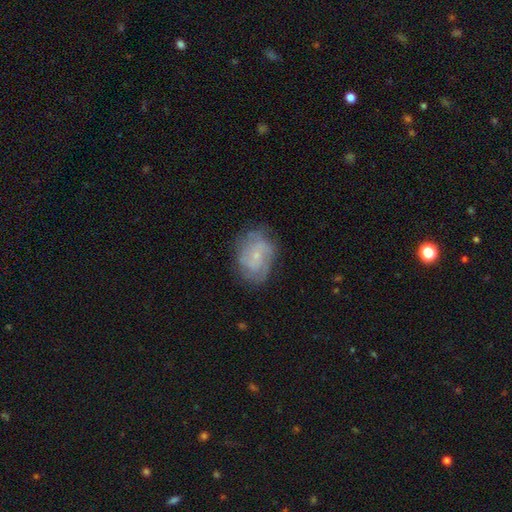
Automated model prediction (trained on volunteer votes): smooth-or-featured: featured or disk: 68% | smooth: 25% | star or artifact: 8%
  disk-edge-on: no: 97% | yes: 3%
    bar: no: 68% | weak: 28% | strong: 4%
    has-spiral-arms: yes: 85% | no: 15%
      spiral-winding: tight: 44% | medium: 40% | loose: 16%
      spiral-arm-count: can't tell: 38% | 2: 32% | 3: 15% | 4: 6% | 1: 4% | more than 4: 4%
    bulge-size: small: 75% | moderate: 17% | none: 6% | large: 1% | dominant: 1%
  merging: none: 69% | minor disturbance: 21% | major disturbance: 8% | merger: 1%